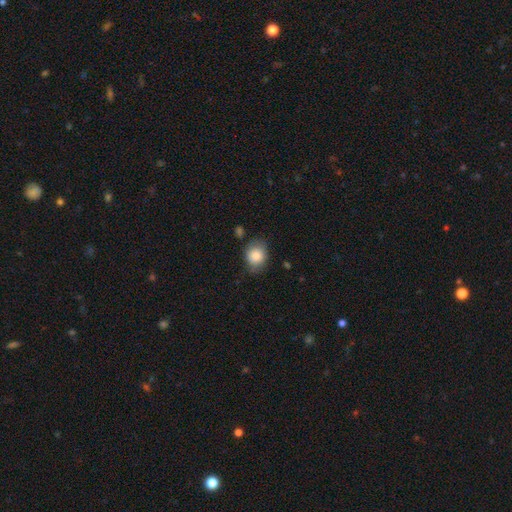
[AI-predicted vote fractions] Q: Smooth or featured?
A: smooth (82%); runner-up: featured or disk (10%)
Q: How rounded?
A: round (57%); runner-up: in between (42%)
Q: Merging?
A: none (69%); runner-up: minor disturbance (22%)